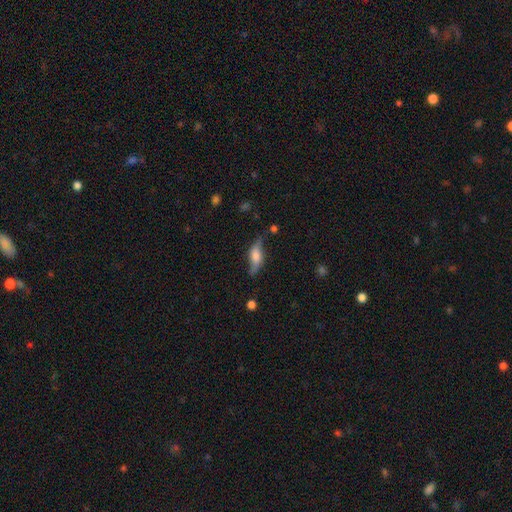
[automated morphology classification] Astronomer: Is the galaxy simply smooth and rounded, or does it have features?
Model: featured or disk — 54% (runner-up: smooth, 39%).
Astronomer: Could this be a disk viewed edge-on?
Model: no — 59% (runner-up: yes, 41%).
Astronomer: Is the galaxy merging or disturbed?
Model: none — 65%.